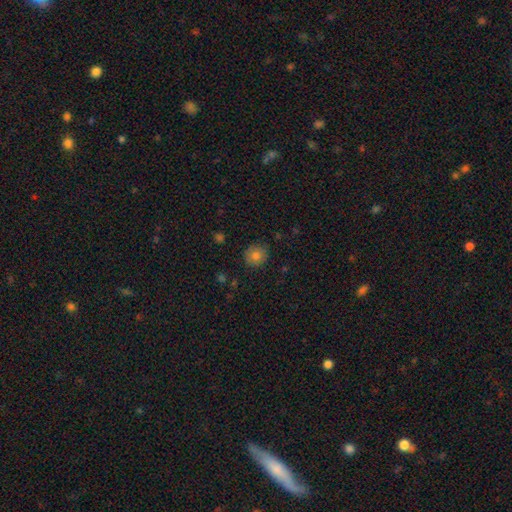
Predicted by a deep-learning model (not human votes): This appears to be a smooth galaxy with no disk features (81%) that is round (88%). Merging: none (85%).